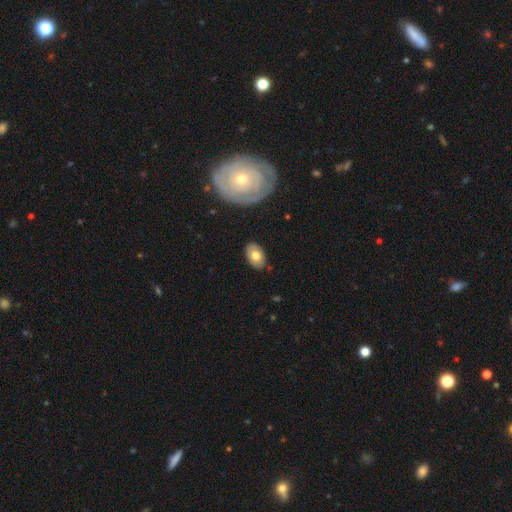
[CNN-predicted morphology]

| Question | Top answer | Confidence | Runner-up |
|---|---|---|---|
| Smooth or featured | smooth | 71% | featured or disk (22%) |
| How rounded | in between | 90% | round (9%) |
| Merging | none | 83% | minor disturbance (12%) |